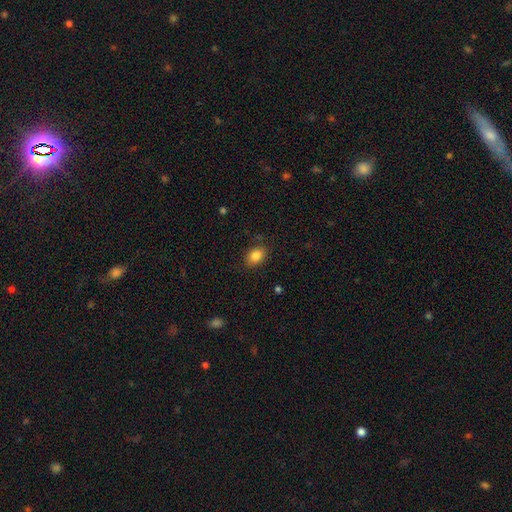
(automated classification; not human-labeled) Morphology: type=smooth (85%); roundness=in between (75%); merging=none (84%).